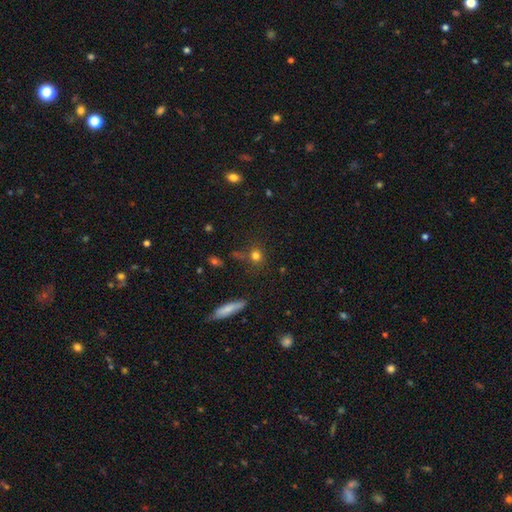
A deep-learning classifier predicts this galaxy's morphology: type=smooth (75%); roundness=round (83%); merging=none (74%).